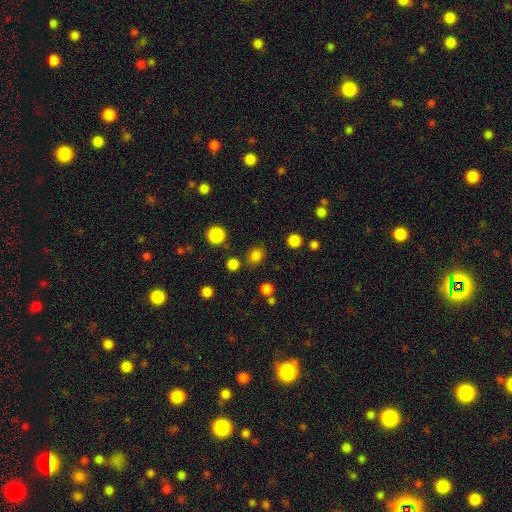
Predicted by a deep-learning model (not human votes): This is clearly a smooth galaxy (81%). How rounded: likely round (63%). Merging: clearly none (82%).